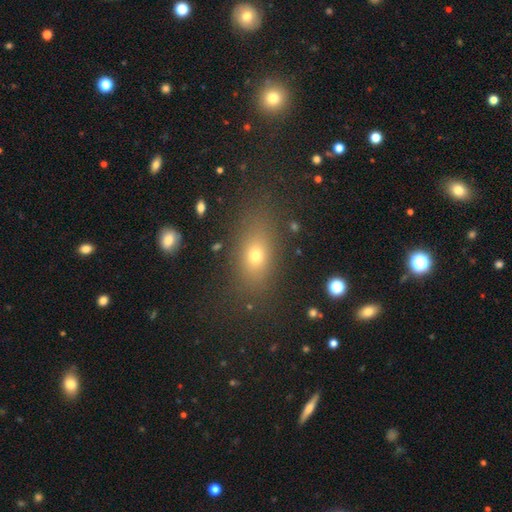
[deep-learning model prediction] Smooth or featured? Predicted: smooth (p=0.65). How rounded? Predicted: in between (p=0.70). Merging? Predicted: none (p=0.81).